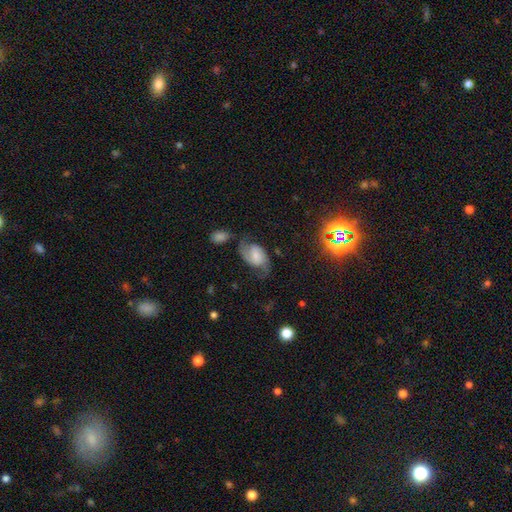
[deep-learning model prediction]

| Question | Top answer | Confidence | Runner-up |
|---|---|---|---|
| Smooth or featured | featured or disk | 67% | smooth (23%) |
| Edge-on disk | no | 97% | yes (3%) |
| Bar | no | 48% | weak (41%) |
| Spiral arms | yes | 92% | no (8%) |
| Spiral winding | medium | 44% | loose (40%) |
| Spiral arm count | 2 | 90% | can't tell (5%) |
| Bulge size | small | 35% | moderate (29%) |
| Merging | none | 54% | minor disturbance (24%) |